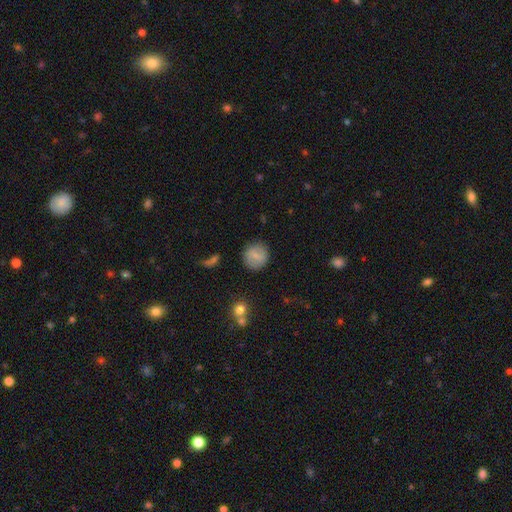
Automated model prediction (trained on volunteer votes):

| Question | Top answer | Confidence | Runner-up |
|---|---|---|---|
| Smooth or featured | smooth | 63% | featured or disk (29%) |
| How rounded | round | 87% | in between (12%) |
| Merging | none | 85% | minor disturbance (10%) |